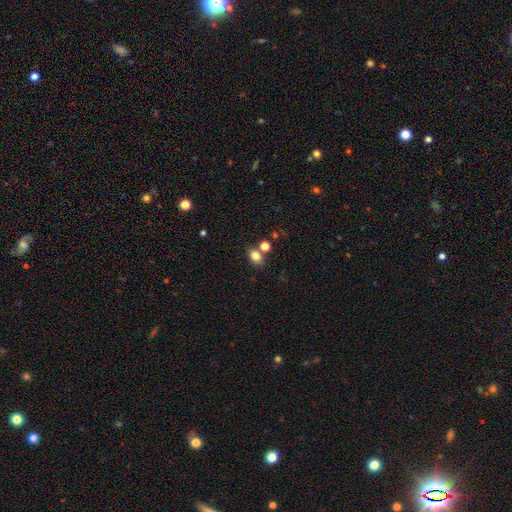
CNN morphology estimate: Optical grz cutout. It shows a smooth galaxy with no disk features (80%) that is in between round and cigar-shaped (64%). Merging: none (68%).